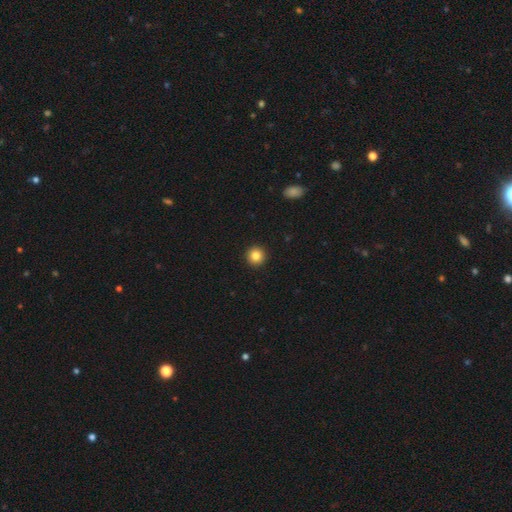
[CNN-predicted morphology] A smooth galaxy with no disk features (84%) that is round (96%).

Vote fractions:
- Smooth or featured? smooth: 84% / star or artifact: 10% / featured or disk: 6%
- How rounded? round: 96% / in between: 3% / cigar-shaped: 1%
- Merging? none: 94% / minor disturbance: 4% / major disturbance: 1% / merger: 1%